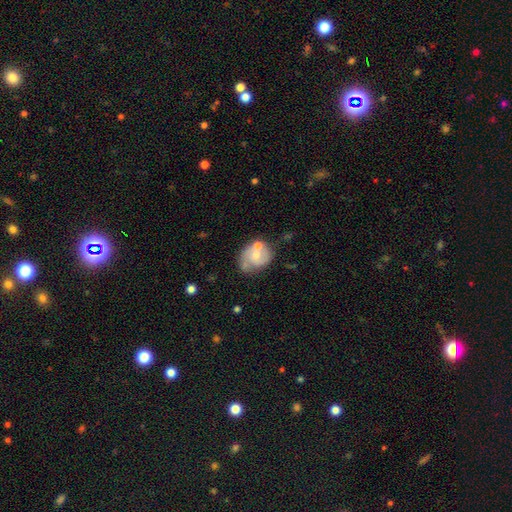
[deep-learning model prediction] A featured or disk galaxy (53%) with no bar (76%), spiral arms (65%) and a small central bulge (52%).

Vote fractions:
- Smooth or featured? featured or disk: 53% / smooth: 39% / star or artifact: 8%
- Edge-on disk? no: 97% / yes: 3%
- Bar? no: 76% / weak: 21% / strong: 3%
- Spiral arms? yes: 65% / no: 35%
- Bulge size? small: 52% / moderate: 39% / none: 6% / large: 2% / dominant: 1%
- Merging? none: 42% / minor disturbance: 23% / merger: 23% / major disturbance: 11%